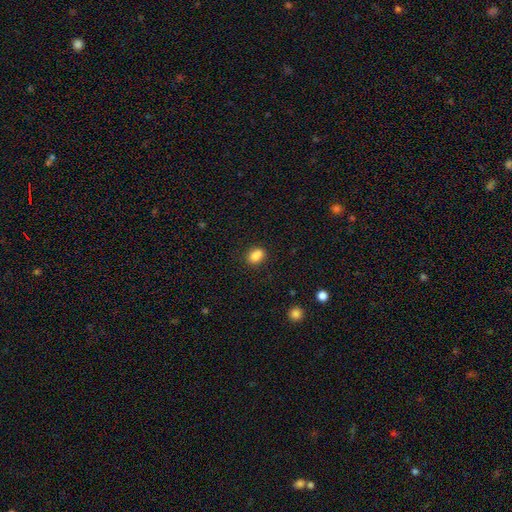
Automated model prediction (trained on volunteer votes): smooth_or_featured: smooth (p=0.83) [alt: star or artifact p=0.10]
how_rounded: in between (p=0.61) [alt: round p=0.37]
merging: none (p=0.61) [alt: merger p=0.18]